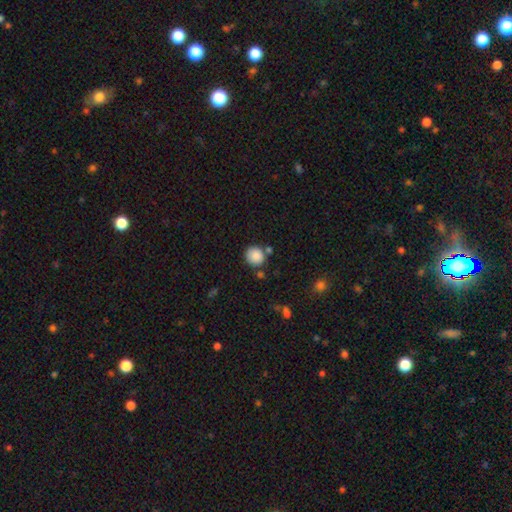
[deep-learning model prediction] Smooth or featured: smooth — 87% (star or artifact — 9%)
How rounded: round — 89% (in between — 10%)
Merging: none — 76% (minor disturbance — 11%)